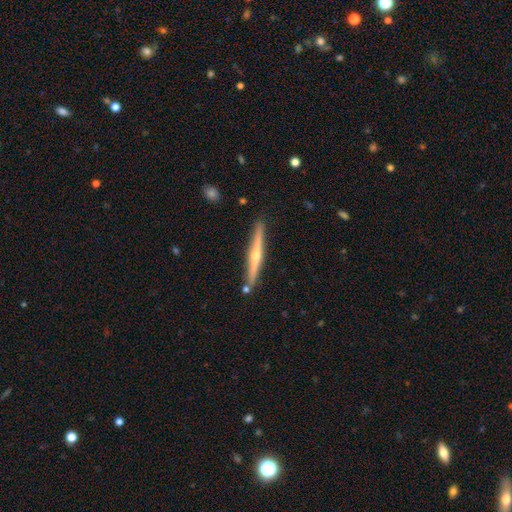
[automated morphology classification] This is likely a featured or disk galaxy (72%). It is clearly viewed edge-on (98%). Edge-on bulge: clearly rounded (87%). Merging: clearly none (88%).